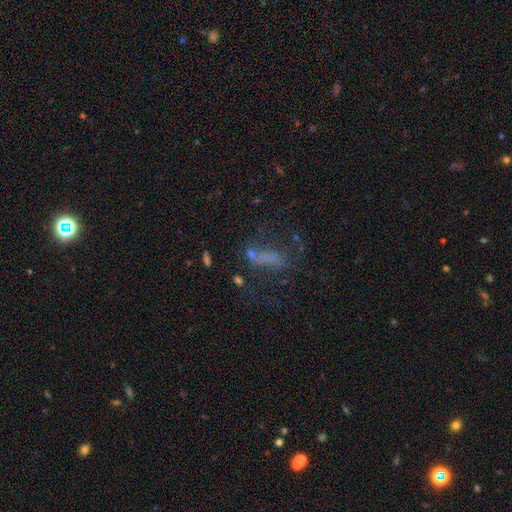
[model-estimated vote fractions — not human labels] smooth 43%, featured or disk 33%, star or artifact 24%. Down the decision tree: merging — none (37%).